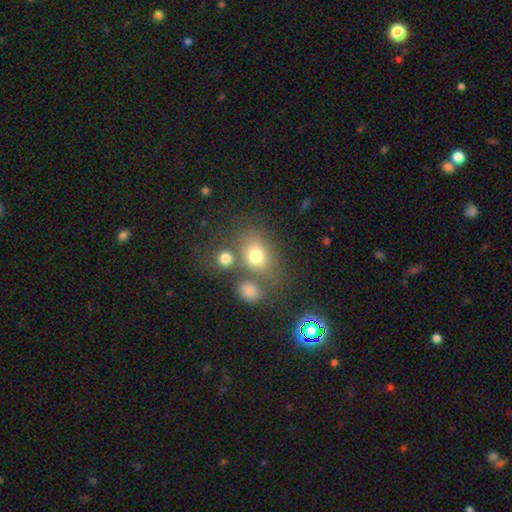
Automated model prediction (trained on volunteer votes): Morphology: type=smooth (72%); roundness=in between (51%); merging=none (57%).